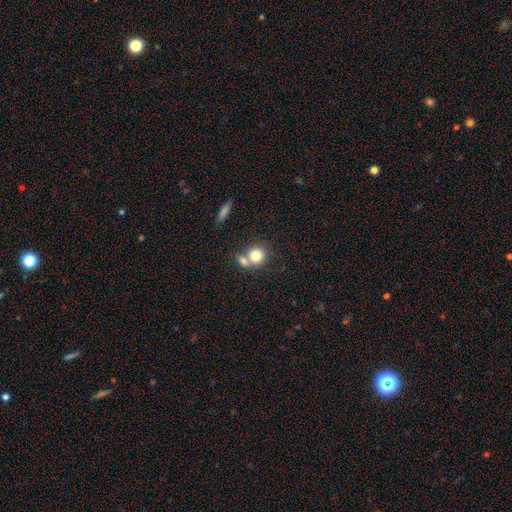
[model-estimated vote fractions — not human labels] This is likely a smooth galaxy (79%). How rounded: clearly round (81%). Merging: possibly merger (47%).